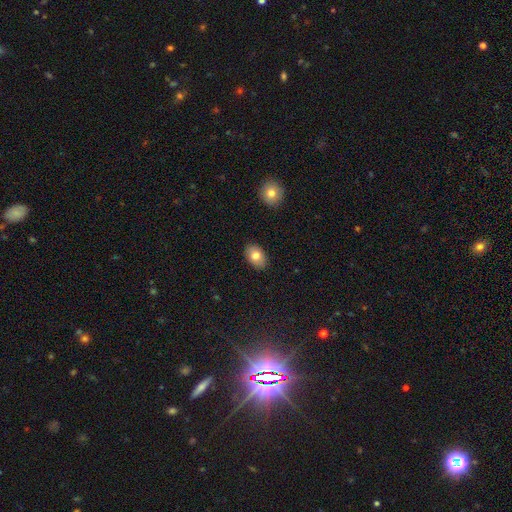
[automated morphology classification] Smooth or featured?
  - smooth: 80% *
  - featured or disk: 12%
  - star or artifact: 7%
How rounded?
  - in between: 88% *
  - round: 10%
  - cigar-shaped: 1%
Merging?
  - none: 88% *
  - minor disturbance: 9%
  - major disturbance: 2%
  - merger: 1%